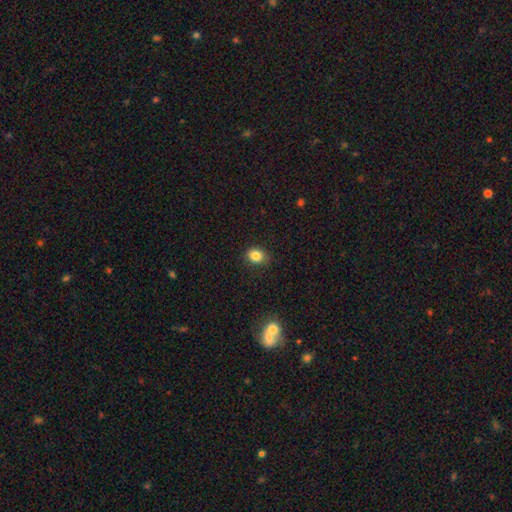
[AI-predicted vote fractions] Smooth or featured? smooth (84%)
How rounded? round (51%)
Merging? none (83%)